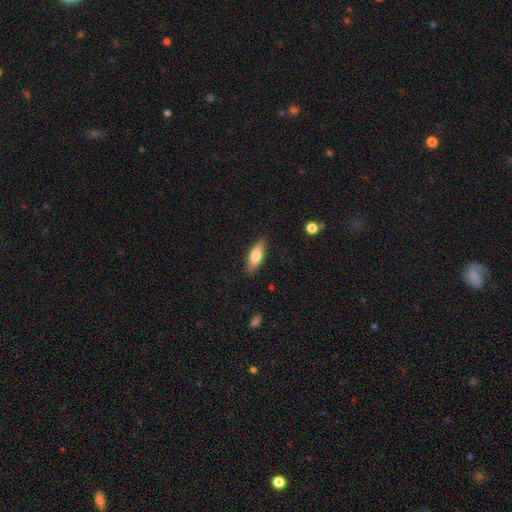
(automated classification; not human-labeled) A smooth galaxy with no disk features (75%) that is in between round and cigar-shaped (68%).

Vote fractions:
- Smooth or featured? smooth: 75% / featured or disk: 19% / star or artifact: 6%
- How rounded? in between: 68% / cigar-shaped: 29% / round: 2%
- Merging? none: 86% / minor disturbance: 11% / major disturbance: 2% / merger: 1%